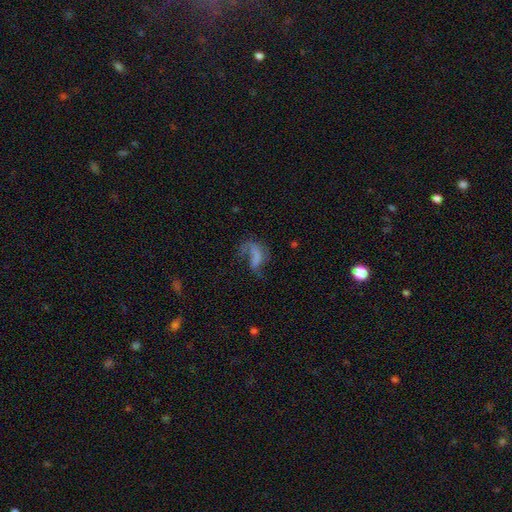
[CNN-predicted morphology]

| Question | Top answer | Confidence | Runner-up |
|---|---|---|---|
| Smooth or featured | featured or disk | 50% | smooth (36%) |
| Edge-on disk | no | 96% | yes (4%) |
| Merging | major disturbance | 52% | none (27%) |